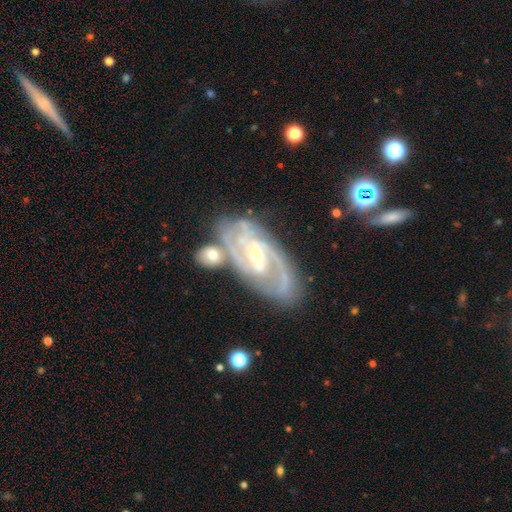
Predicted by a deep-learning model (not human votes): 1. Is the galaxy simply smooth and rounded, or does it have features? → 89% featured or disk, 6% star or artifact, 5% smooth.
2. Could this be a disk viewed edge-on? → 95% no, 5% yes.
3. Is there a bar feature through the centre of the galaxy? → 45% weak, 32% no, 24% strong.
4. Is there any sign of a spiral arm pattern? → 97% yes, 3% no.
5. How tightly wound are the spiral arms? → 53% tight, 40% medium, 8% loose.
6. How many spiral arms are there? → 48% 2, 22% 3, 15% can't tell, 7% 4, 4% 1, 4% more than 4.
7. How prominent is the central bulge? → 59% small, 38% moderate, 1% large, 1% none, 1% dominant.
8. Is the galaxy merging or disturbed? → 66% none, 17% minor disturbance, 11% merger, 7% major disturbance.